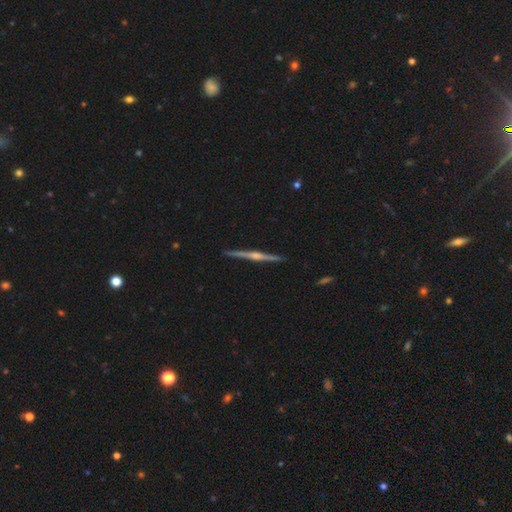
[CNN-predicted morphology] Smooth or featured?
  - featured or disk: 85% *
  - smooth: 10%
  - star or artifact: 5%
Edge-on disk?
  - yes: 99% *
  - no: 1%
Edge-on bulge?
  - rounded: 83% *
  - boxy: 9%
  - none: 8%
Merging?
  - none: 92% *
  - minor disturbance: 5%
  - major disturbance: 1%
  - merger: 1%